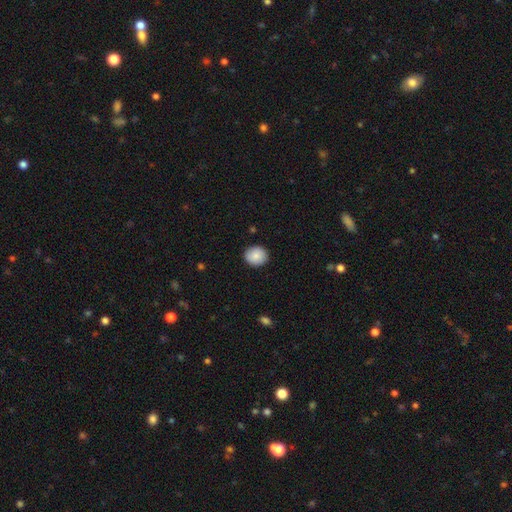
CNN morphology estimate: A smooth galaxy with no disk features (87%) that is round (80%).

Vote fractions:
- Smooth or featured? smooth: 87% / star or artifact: 7% / featured or disk: 6%
- How rounded? round: 80% / in between: 19% / cigar-shaped: 1%
- Merging? none: 90% / minor disturbance: 7% / major disturbance: 2% / merger: 1%